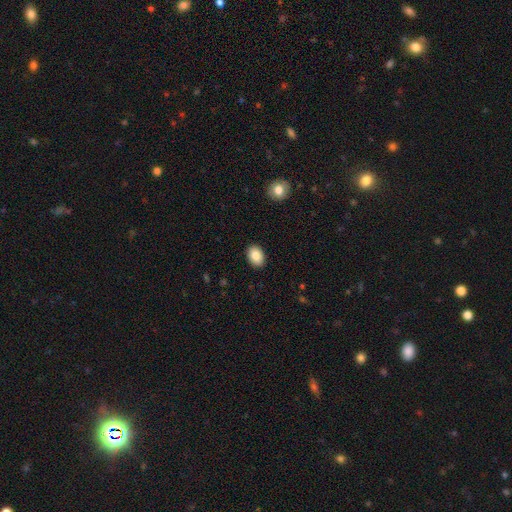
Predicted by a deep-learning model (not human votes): smooth 86%, star or artifact 7%, featured or disk 7%. Down the decision tree: how rounded — in between (78%); merging — none (90%).